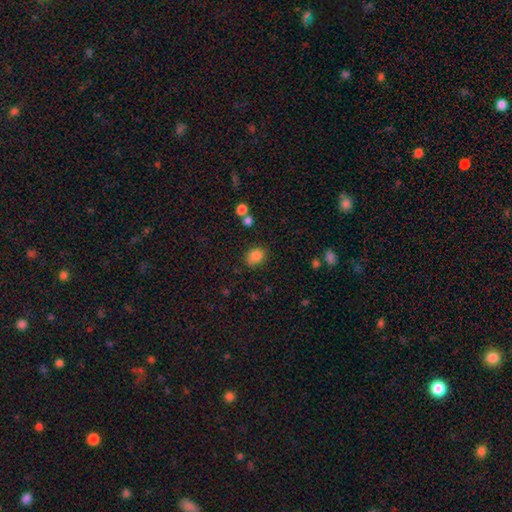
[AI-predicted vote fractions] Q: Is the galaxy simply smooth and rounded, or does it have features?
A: smooth — 84%.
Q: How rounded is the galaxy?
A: round — 51%.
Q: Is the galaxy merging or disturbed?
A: none — 73%.